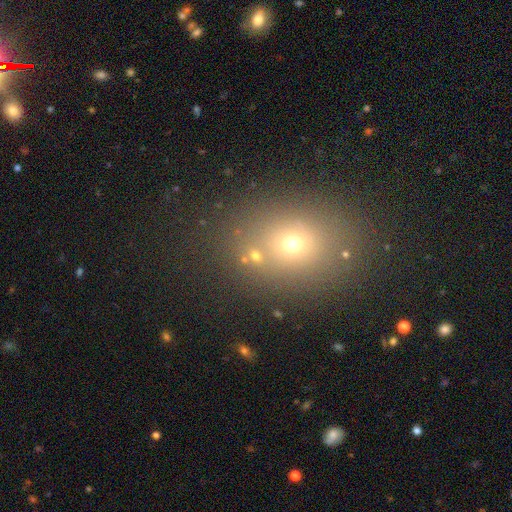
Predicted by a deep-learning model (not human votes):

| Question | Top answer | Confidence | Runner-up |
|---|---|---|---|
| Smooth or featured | smooth | 60% | star or artifact (27%) |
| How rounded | round | 64% | in between (35%) |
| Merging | none | 73% | minor disturbance (11%) |